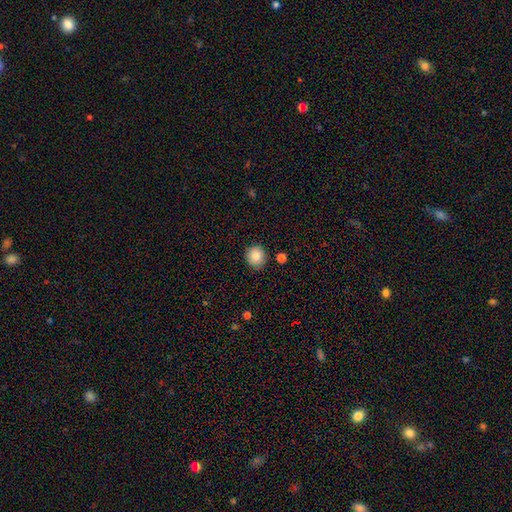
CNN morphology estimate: smooth 84%, star or artifact 9%, featured or disk 7%. Down the decision tree: how rounded — round (90%); merging — none (87%).